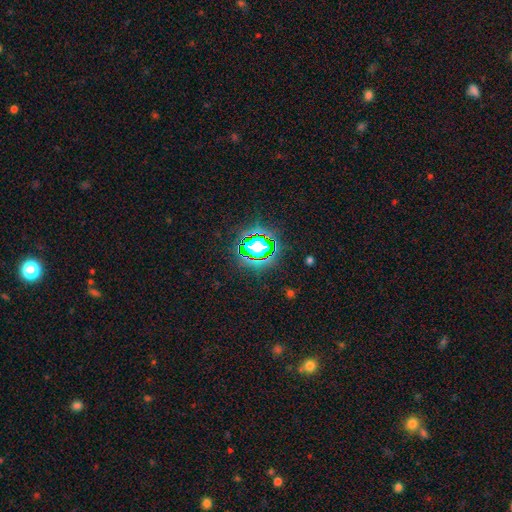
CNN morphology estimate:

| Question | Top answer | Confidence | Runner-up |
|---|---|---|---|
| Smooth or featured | star or artifact | 80% | smooth (13%) |